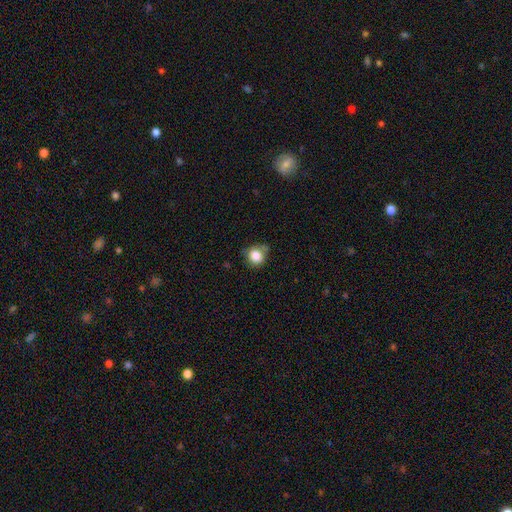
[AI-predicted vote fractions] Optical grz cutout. It shows a smooth galaxy with no disk features (84%) that is round (83%). Merging: none (61%).